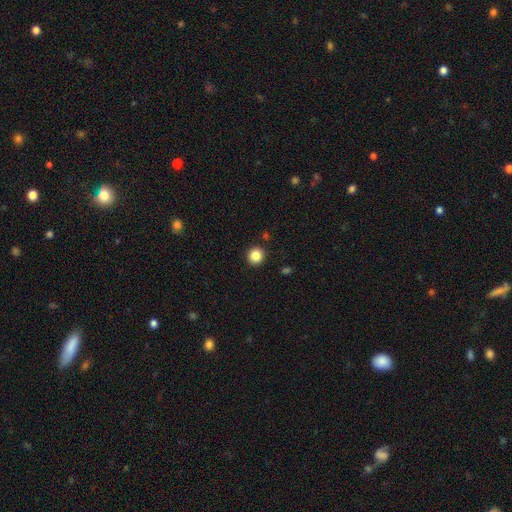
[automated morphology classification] Smooth or featured: smooth — 85% (star or artifact — 11%)
How rounded: round — 93% (in between — 6%)
Merging: none — 92% (minor disturbance — 5%)